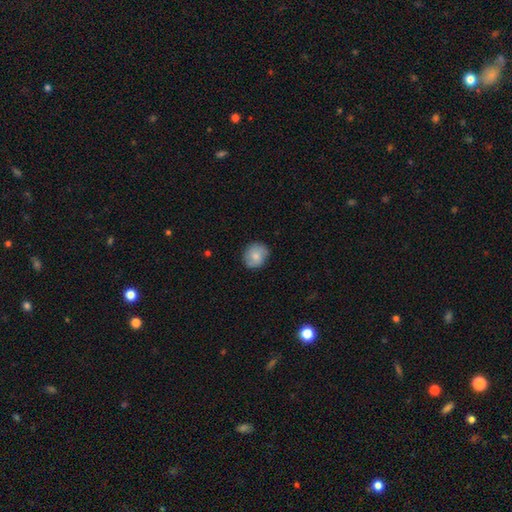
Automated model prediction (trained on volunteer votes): A smooth galaxy with no disk features (76%) that is round (71%).

Vote fractions:
- Smooth or featured? smooth: 76% / featured or disk: 17% / star or artifact: 7%
- How rounded? round: 71% / in between: 28% / cigar-shaped: 1%
- Merging? none: 82% / minor disturbance: 14% / major disturbance: 3% / merger: 1%